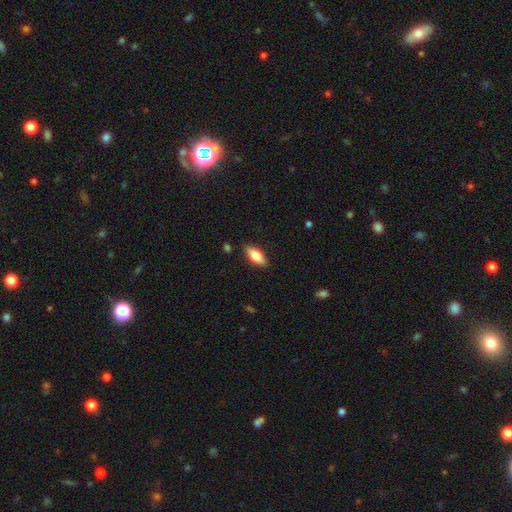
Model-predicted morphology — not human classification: Smooth or featured: smooth — 75% (featured or disk — 19%)
How rounded: in between — 80% (cigar-shaped — 17%)
Merging: none — 86% (minor disturbance — 10%)